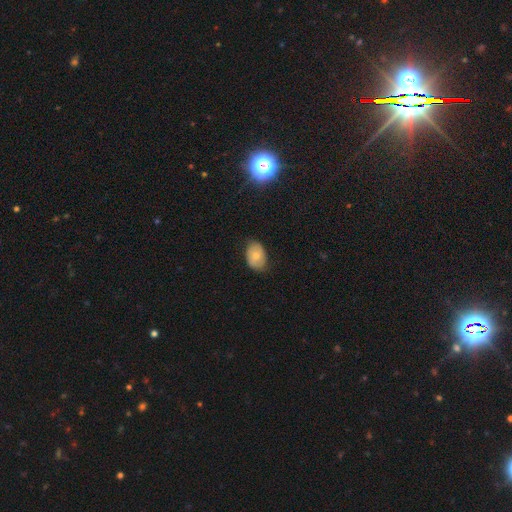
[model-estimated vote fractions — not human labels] This is likely a smooth galaxy (67%). How rounded: clearly in between (83%). Merging: likely none (72%).